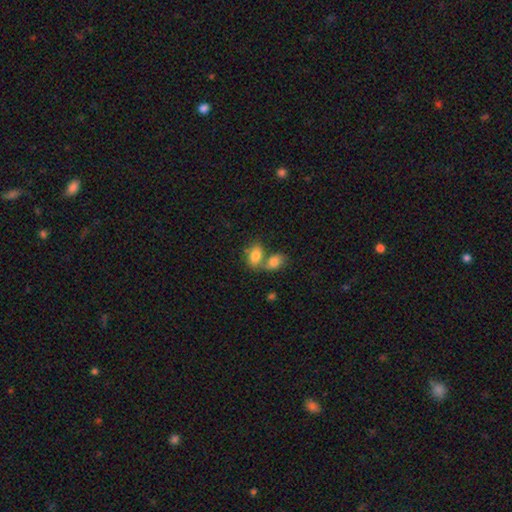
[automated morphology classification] Smooth or featured?
  - smooth: 81% *
  - featured or disk: 11%
  - star or artifact: 8%
How rounded?
  - in between: 86% *
  - round: 13%
  - cigar-shaped: 2%
Merging?
  - merger: 57% *
  - none: 31%
  - minor disturbance: 9%
  - major disturbance: 4%